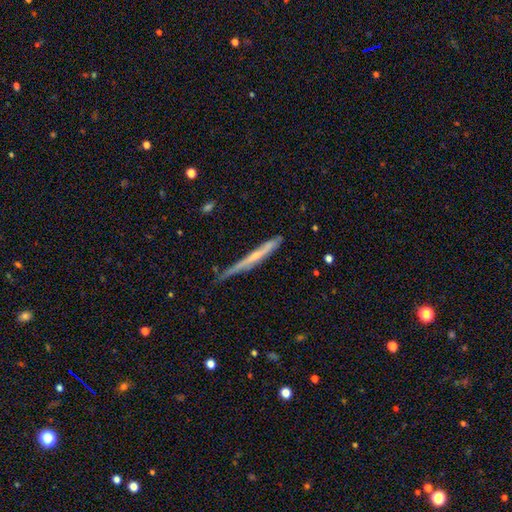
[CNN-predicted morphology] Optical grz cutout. It shows a featured or disk galaxy (55%) viewed edge-on (93%) with no central bulge (65%). Merging: none (61%).